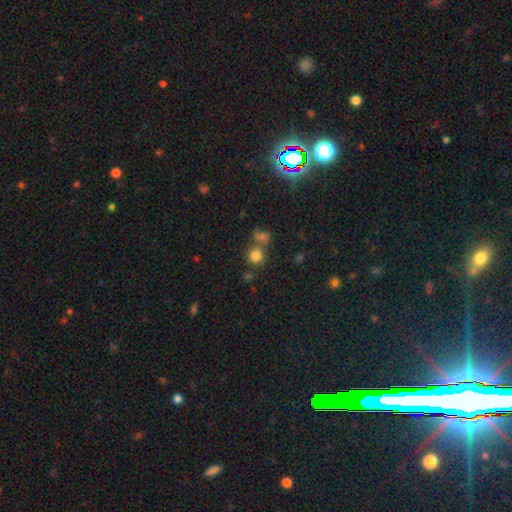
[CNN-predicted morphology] Smooth or featured? smooth (79%)
How rounded? round (88%)
Merging? none (62%)